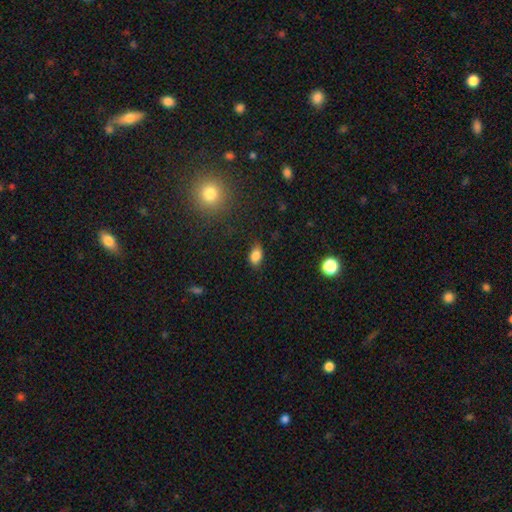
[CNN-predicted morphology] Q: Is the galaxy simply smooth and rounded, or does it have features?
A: smooth — 84%.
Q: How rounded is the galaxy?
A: in between — 86%.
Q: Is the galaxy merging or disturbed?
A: none — 76%.